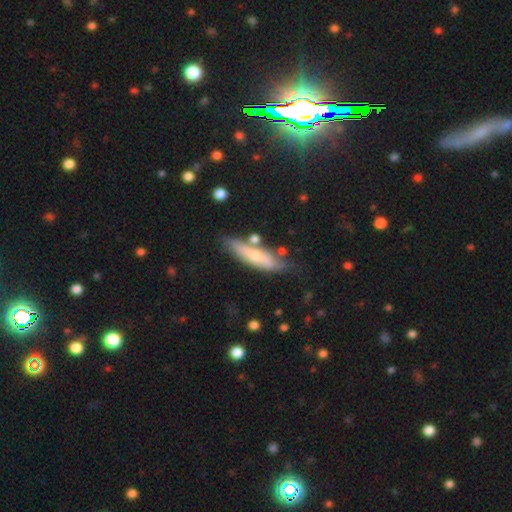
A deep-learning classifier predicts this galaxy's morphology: Smooth or featured: smooth — 54% (featured or disk — 39%)
How rounded: cigar-shaped — 70% (in between — 28%)
Merging: none — 66% (minor disturbance — 20%)